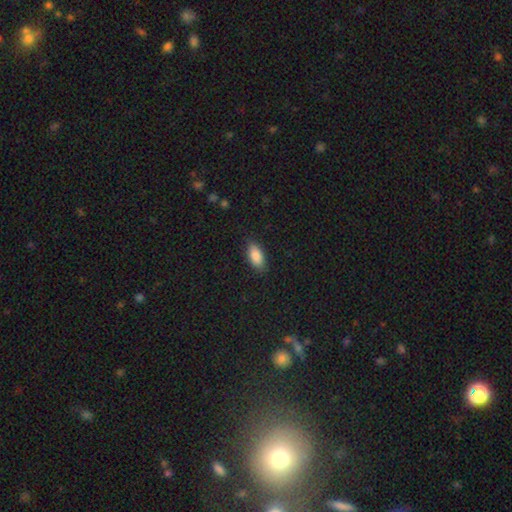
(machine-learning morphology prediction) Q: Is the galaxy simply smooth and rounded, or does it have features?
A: smooth — 87%.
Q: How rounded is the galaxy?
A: in between — 90%.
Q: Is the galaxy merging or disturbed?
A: none — 85%.